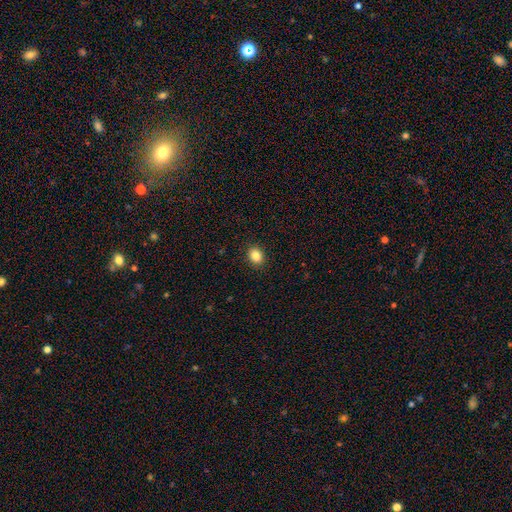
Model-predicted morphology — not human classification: Smooth or featured? smooth (85%)
How rounded? in between (51%)
Merging? none (91%)